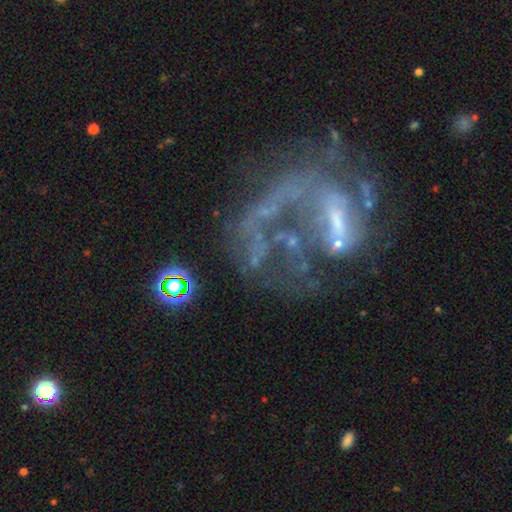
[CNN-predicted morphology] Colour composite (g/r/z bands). It shows a featured or disk galaxy (59%) with no bar (54%), spiral arms (57%) and no central bulge (36%). Merging: none (40%).